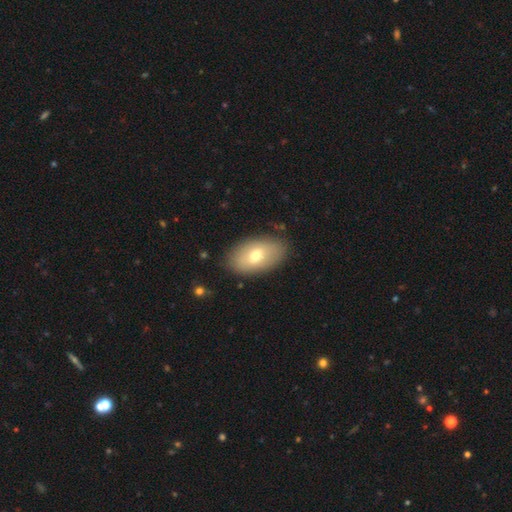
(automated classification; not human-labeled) A smooth galaxy with no disk features (68%) that is in between round and cigar-shaped (93%). Merging: none (85%).